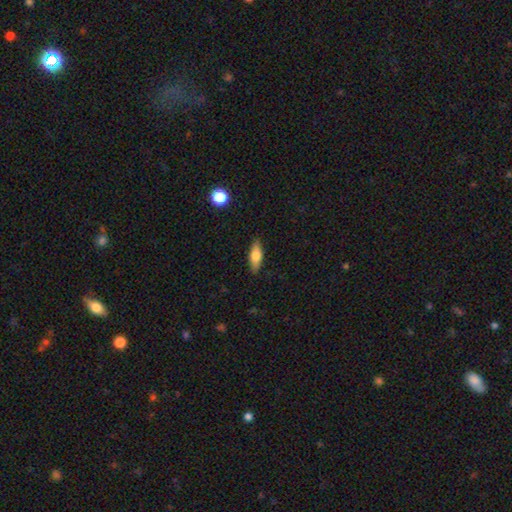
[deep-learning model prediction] Morphology: type=smooth (65%); roundness=in between (58%); merging=none (88%).